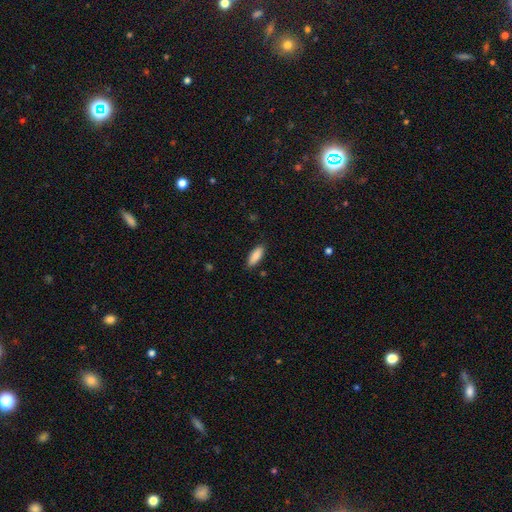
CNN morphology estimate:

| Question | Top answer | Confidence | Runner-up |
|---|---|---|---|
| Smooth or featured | smooth | 88% | star or artifact (6%) |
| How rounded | in between | 75% | cigar-shaped (24%) |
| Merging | none | 87% | minor disturbance (10%) |